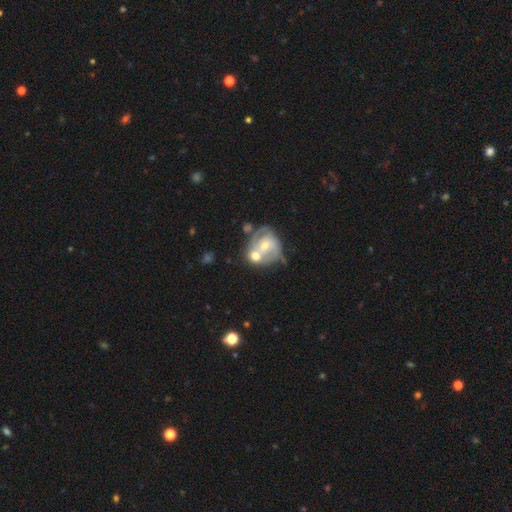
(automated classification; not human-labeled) Smooth or featured: featured or disk — 61% (smooth — 32%)
Edge-on disk: no — 97% (yes — 3%)
Bar: no — 71% (weak — 23%)
Spiral arms: yes — 58% (no — 42%)
Bulge size: moderate — 58% (small — 34%)
Merging: merger — 57% (none — 22%)